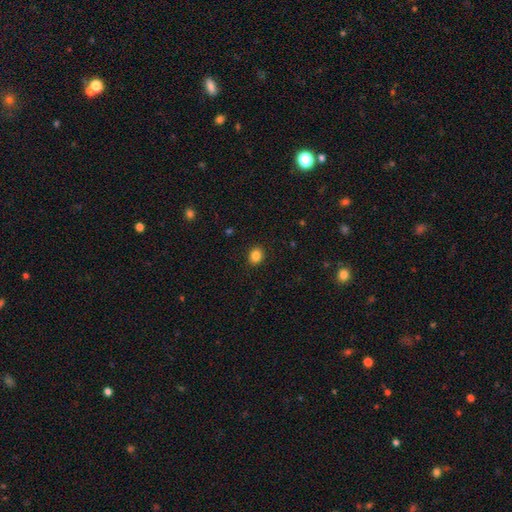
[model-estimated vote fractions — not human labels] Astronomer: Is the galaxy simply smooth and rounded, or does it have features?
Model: smooth — 85%.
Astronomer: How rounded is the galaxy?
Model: round — 60% (runner-up: in between, 39%).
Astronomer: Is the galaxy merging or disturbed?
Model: none — 90%.